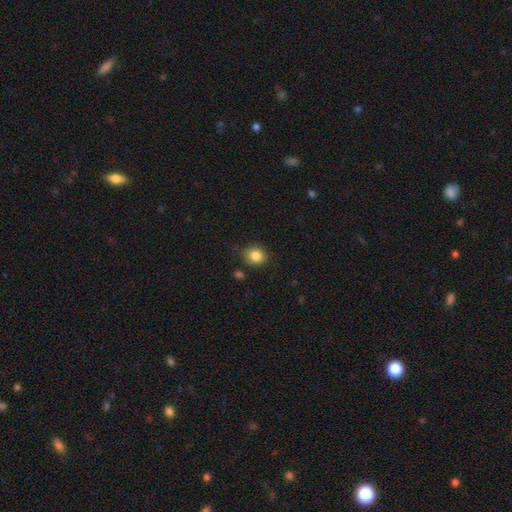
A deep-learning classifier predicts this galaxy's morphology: The model was most divided on "how rounded": round: 78%, in between: 21%, cigar-shaped: 1%. More confident: smooth or featured — smooth (85%); merging — none (81%).